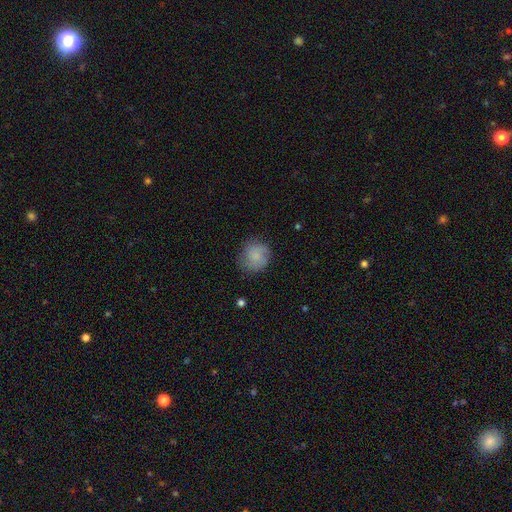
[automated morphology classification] smooth-or-featured: smooth: 75% | featured or disk: 17% | star or artifact: 8%
  how-rounded: round: 85% | in between: 14% | cigar-shaped: 1%
  merging: none: 71% | minor disturbance: 20% | major disturbance: 7% | merger: 1%